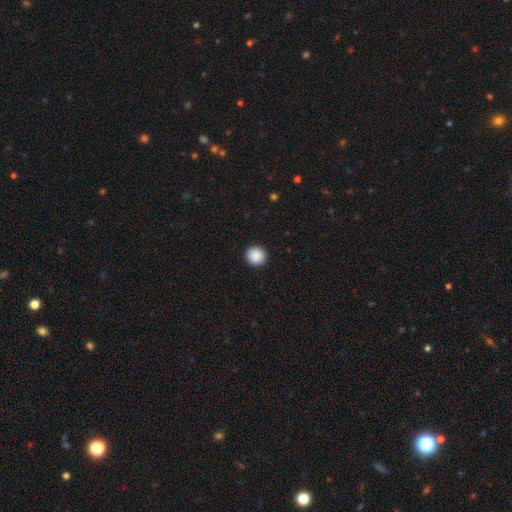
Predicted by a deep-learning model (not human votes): This is clearly a smooth galaxy (89%). How rounded: clearly round (93%). Merging: clearly none (93%).